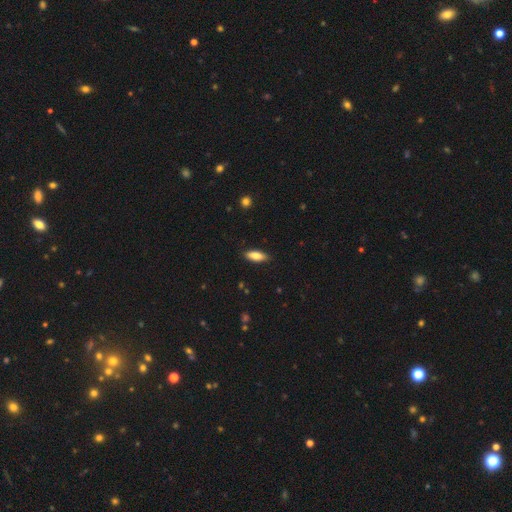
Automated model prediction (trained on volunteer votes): Smooth or featured: smooth — 82% (featured or disk — 12%)
How rounded: in between — 74% (cigar-shaped — 24%)
Merging: none — 87% (minor disturbance — 10%)